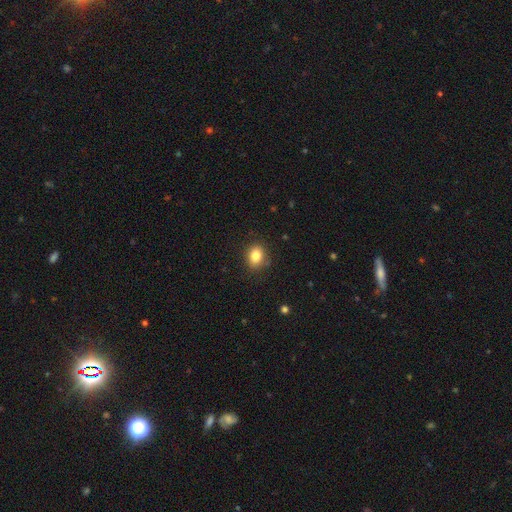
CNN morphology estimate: Smooth or featured? smooth (83%)
How rounded? in between (54%)
Merging? none (86%)